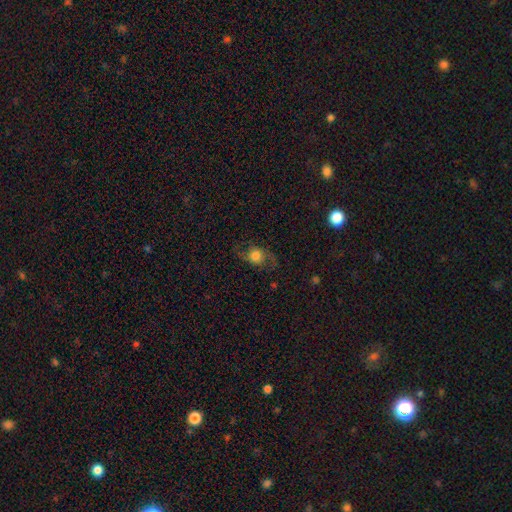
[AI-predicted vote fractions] A featured or disk galaxy (45%).

Vote fractions:
- Smooth or featured? featured or disk: 45% / smooth: 44% / star or artifact: 11%
- Merging? none: 67% / minor disturbance: 18% / major disturbance: 14% / merger: 2%